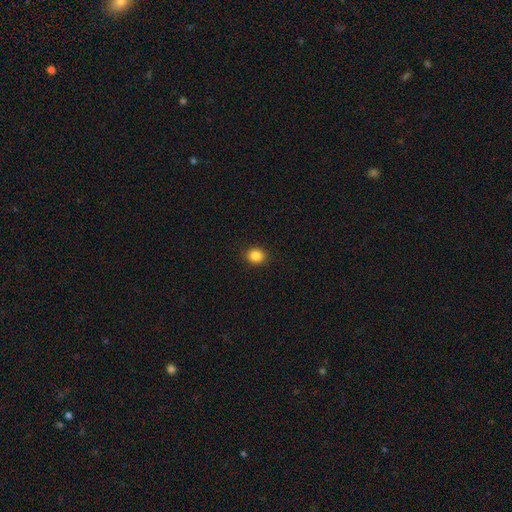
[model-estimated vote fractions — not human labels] smooth 86%, star or artifact 10%, featured or disk 4%. Down the decision tree: how rounded — round (65%); merging — none (91%).